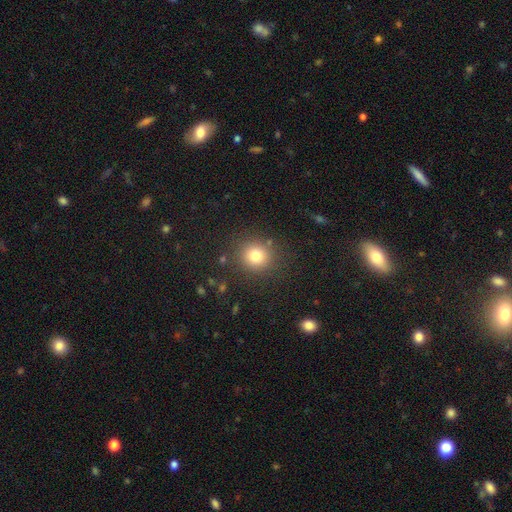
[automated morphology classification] The model was most divided on "smooth or featured": smooth: 79%, star or artifact: 14%, featured or disk: 8%. More confident: how rounded — round (88%); merging — none (86%).